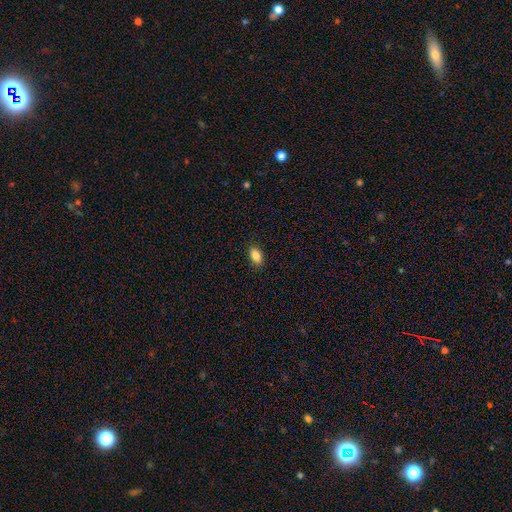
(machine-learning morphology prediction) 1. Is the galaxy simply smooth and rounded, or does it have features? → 86% smooth, 8% star or artifact, 6% featured or disk.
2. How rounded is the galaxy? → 90% in between, 6% round, 4% cigar-shaped.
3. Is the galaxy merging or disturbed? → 88% none, 9% minor disturbance, 2% major disturbance, 1% merger.